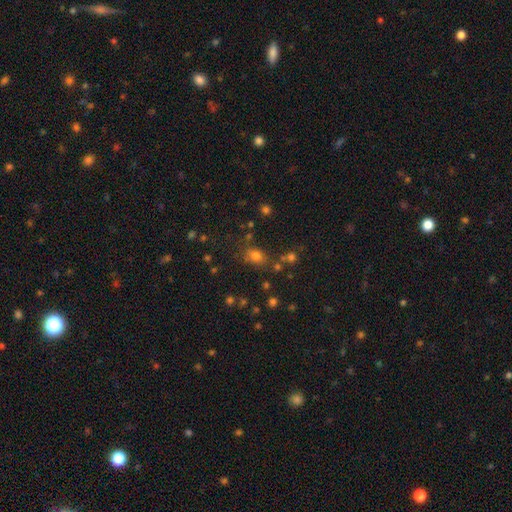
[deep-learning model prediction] Smooth or featured? smooth (72%)
How rounded? in between (55%)
Merging? none (69%)